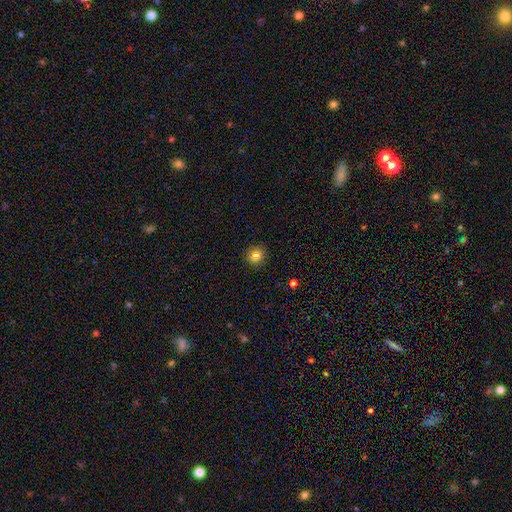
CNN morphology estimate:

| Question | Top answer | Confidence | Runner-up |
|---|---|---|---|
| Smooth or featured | smooth | 82% | star or artifact (12%) |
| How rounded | round | 89% | in between (10%) |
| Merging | none | 91% | minor disturbance (7%) |